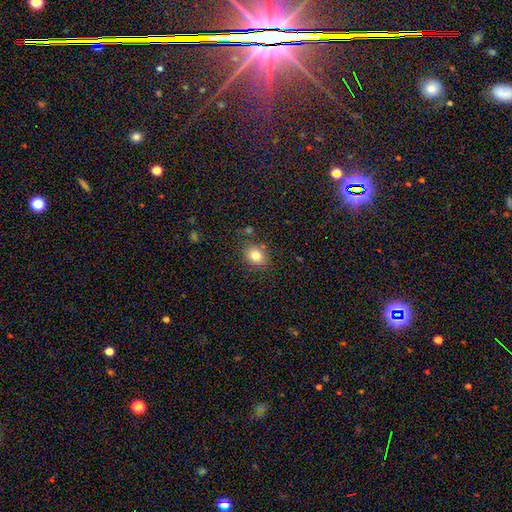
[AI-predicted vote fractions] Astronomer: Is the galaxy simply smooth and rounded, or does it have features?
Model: smooth — 81%.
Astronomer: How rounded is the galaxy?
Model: in between — 53% (runner-up: round, 46%).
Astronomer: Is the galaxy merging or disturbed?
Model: none — 82%.